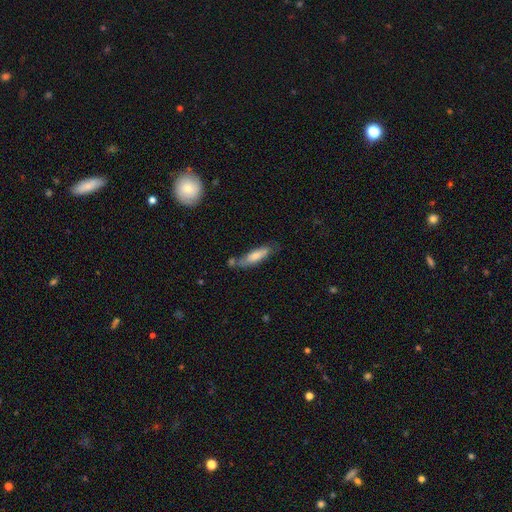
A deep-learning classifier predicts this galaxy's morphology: This appears to be a smooth galaxy with no disk features (70%) that is cigar-shaped (63%). Merging: none (55%).